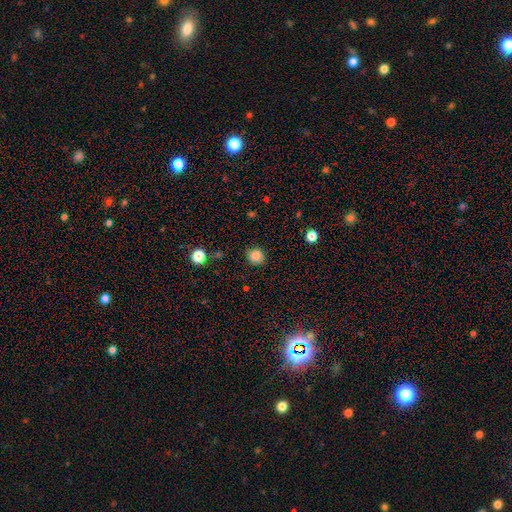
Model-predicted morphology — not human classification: Overall: smooth (84%). How rounded: round (88%). Merging: none (87%).